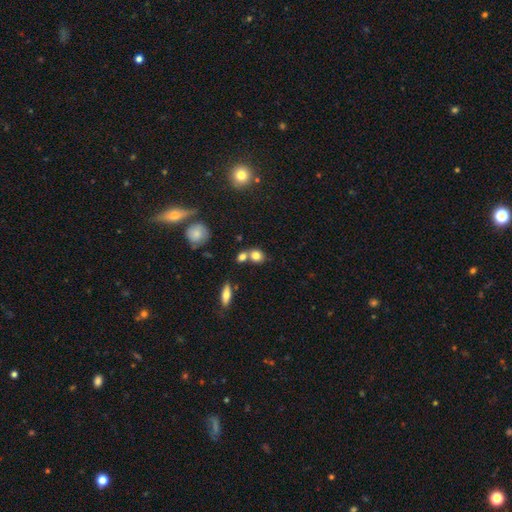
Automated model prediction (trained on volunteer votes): Smooth or featured: smooth — 78% (star or artifact — 12%)
How rounded: round — 65% (in between — 33%)
Merging: none — 50% (merger — 35%)